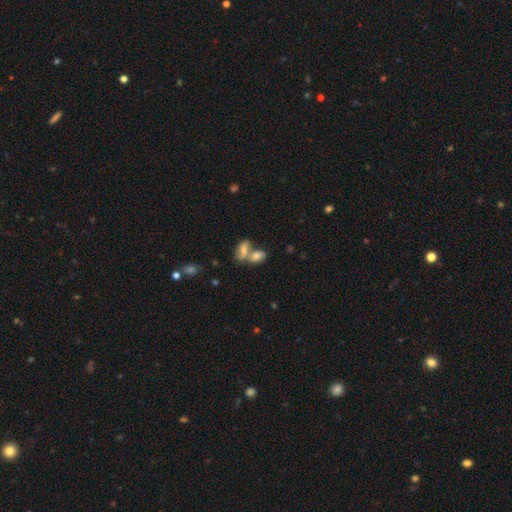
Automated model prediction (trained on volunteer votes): Smooth or featured?
  - smooth: 69% *
  - featured or disk: 18%
  - star or artifact: 13%
How rounded?
  - in between: 85% *
  - round: 9%
  - cigar-shaped: 6%
Merging?
  - merger: 61% *
  - none: 26%
  - minor disturbance: 8%
  - major disturbance: 5%